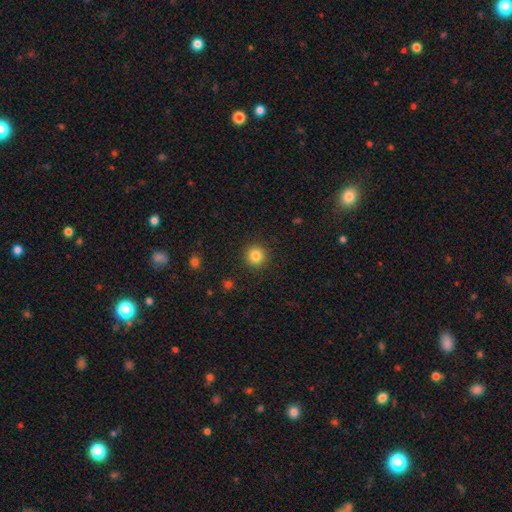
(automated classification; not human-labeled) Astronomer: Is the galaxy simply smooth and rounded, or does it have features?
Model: smooth — 84%.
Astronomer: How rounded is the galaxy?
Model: round — 95%.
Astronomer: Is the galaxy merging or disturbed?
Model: none — 92%.